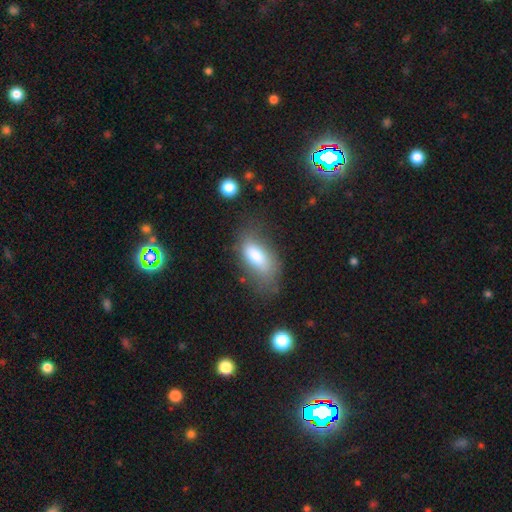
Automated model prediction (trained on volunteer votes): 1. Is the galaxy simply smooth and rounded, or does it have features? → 74% smooth, 17% featured or disk, 8% star or artifact.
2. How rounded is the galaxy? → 87% in between, 10% cigar-shaped, 4% round.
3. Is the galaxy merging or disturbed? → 54% none, 26% minor disturbance, 17% major disturbance, 3% merger.